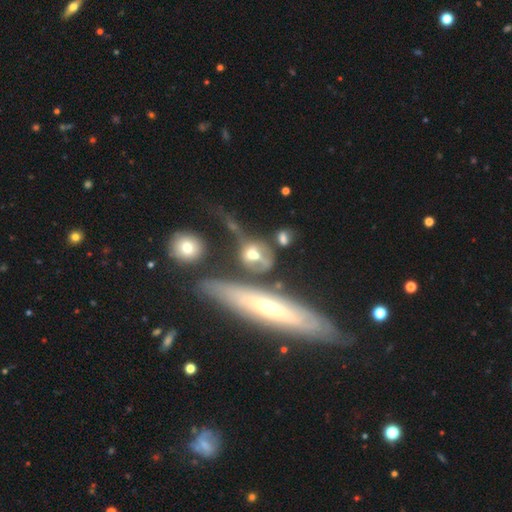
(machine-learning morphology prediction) Smooth or featured?
  - smooth: 44% * (tied)
  - featured or disk: 44% * (tied)
  - star or artifact: 11%
Merging?
  - none: 31% *
  - merger: 29%
  - major disturbance: 23%
  - minor disturbance: 17%